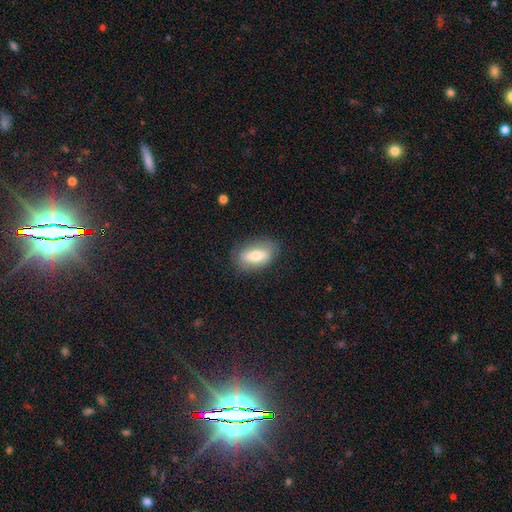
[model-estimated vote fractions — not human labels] Smooth or featured: smooth — 61% (featured or disk — 31%)
How rounded: in between — 84% (cigar-shaped — 10%)
Merging: none — 78% (minor disturbance — 16%)